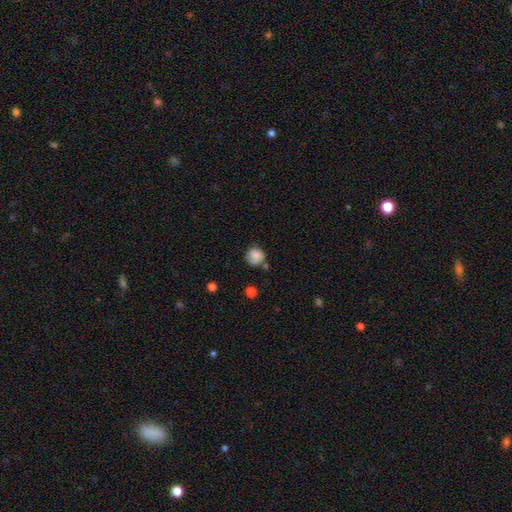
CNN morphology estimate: Overall: smooth (81%). How rounded: round (87%). Merging: none (64%).